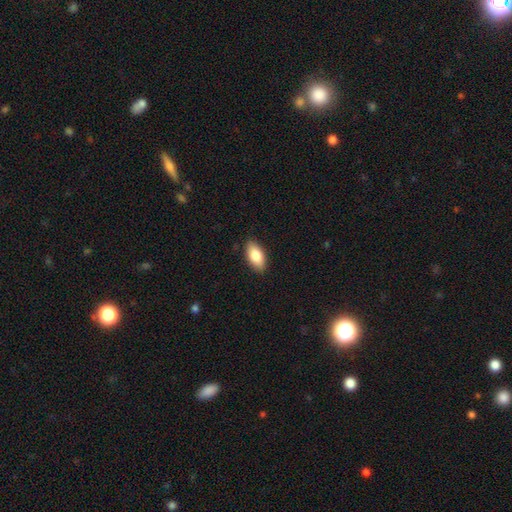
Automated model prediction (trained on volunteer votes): smooth 83%, featured or disk 11%, star or artifact 6%. Down the decision tree: how rounded — in between (91%); merging — none (88%).